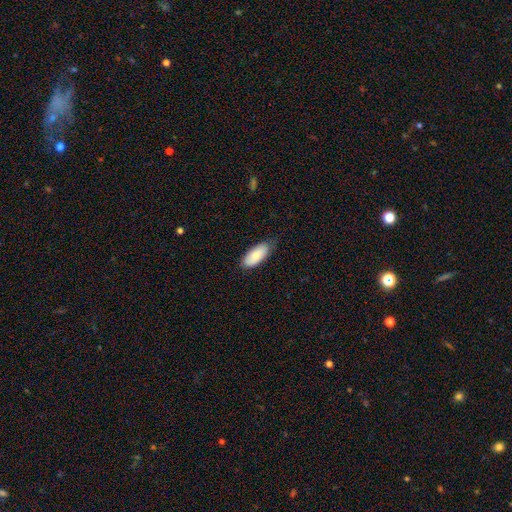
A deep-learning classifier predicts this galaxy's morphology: Smooth or featured?
  - smooth: 82% *
  - featured or disk: 12%
  - star or artifact: 6%
How rounded?
  - in between: 90% *
  - cigar-shaped: 9%
  - round: 2%
Merging?
  - none: 70% *
  - minor disturbance: 25%
  - major disturbance: 4%
  - merger: 1%